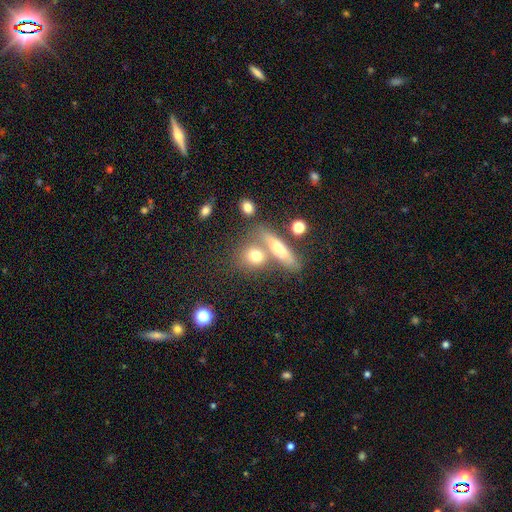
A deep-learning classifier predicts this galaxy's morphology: Smooth or featured? Predicted: smooth (p=0.68). How rounded? Predicted: round (p=0.54). Merging? Predicted: none (p=0.49).